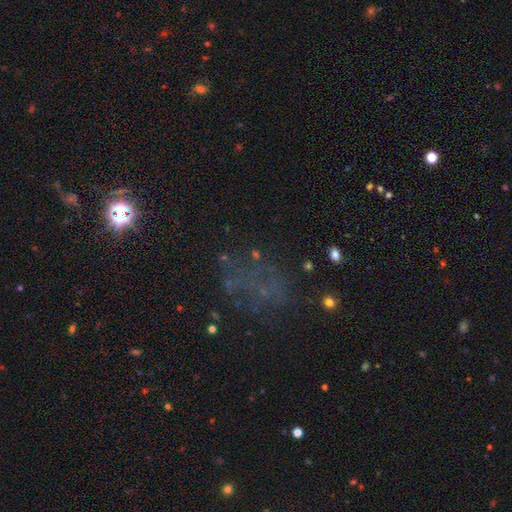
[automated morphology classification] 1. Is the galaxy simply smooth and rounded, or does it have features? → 40% star or artifact, 31% smooth, 28% featured or disk.